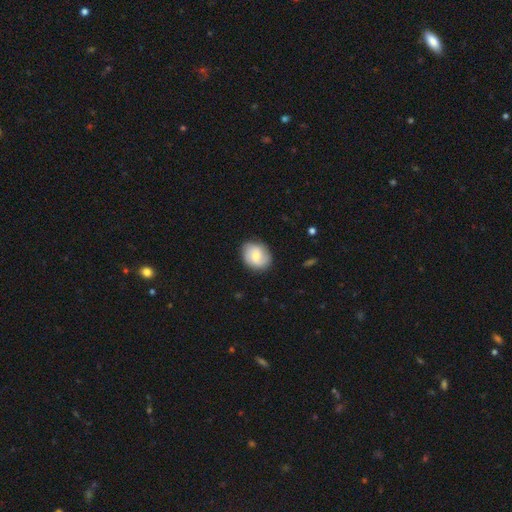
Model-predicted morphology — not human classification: The model was most divided on "smooth or featured": smooth: 48%, featured or disk: 45%, star or artifact: 7%. More confident: merging — none (82%).